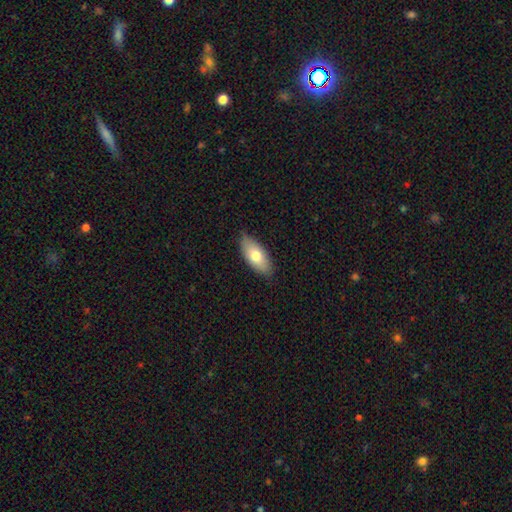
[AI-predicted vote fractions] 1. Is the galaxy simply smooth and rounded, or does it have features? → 73% smooth, 20% featured or disk, 6% star or artifact.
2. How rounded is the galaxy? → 88% in between, 9% cigar-shaped, 3% round.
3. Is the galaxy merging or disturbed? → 81% none, 16% minor disturbance, 2% major disturbance, 1% merger.